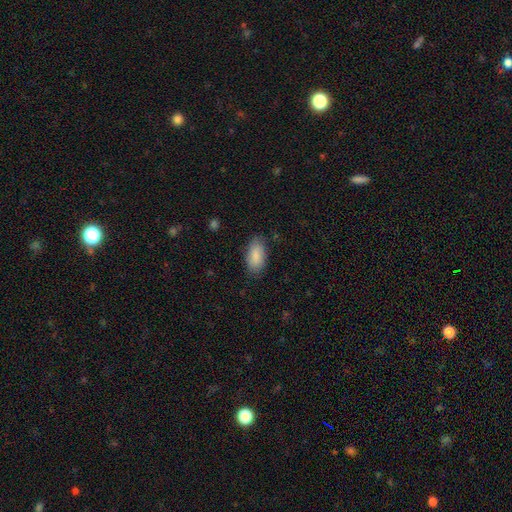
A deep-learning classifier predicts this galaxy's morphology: Smooth or featured: smooth — 87% (featured or disk — 7%)
How rounded: in between — 93% (cigar-shaped — 5%)
Merging: none — 81% (minor disturbance — 14%)